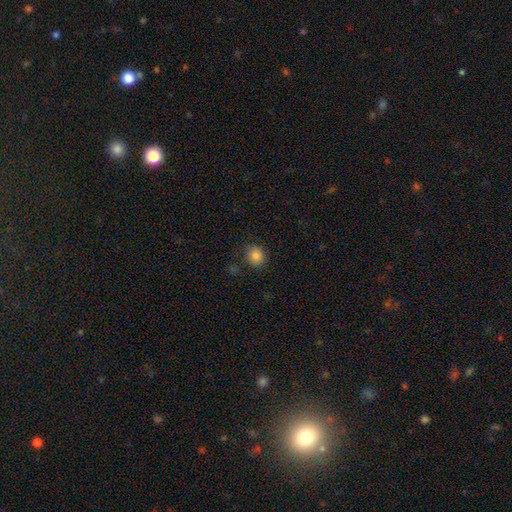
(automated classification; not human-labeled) A smooth galaxy with no disk features (85%) that is round (74%). Merging: none (80%).